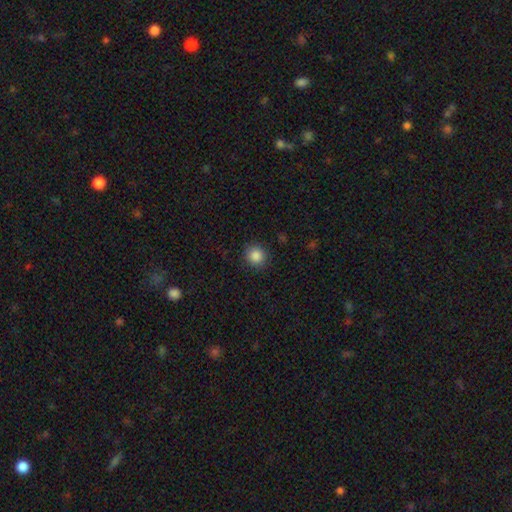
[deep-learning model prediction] A smooth galaxy with no disk features (87%) that is round (90%).

Vote fractions:
- Smooth or featured? smooth: 87% / star or artifact: 10% / featured or disk: 4%
- How rounded? round: 90% / in between: 10% / cigar-shaped: 1%
- Merging? none: 90% / minor disturbance: 7% / major disturbance: 2% / merger: 1%